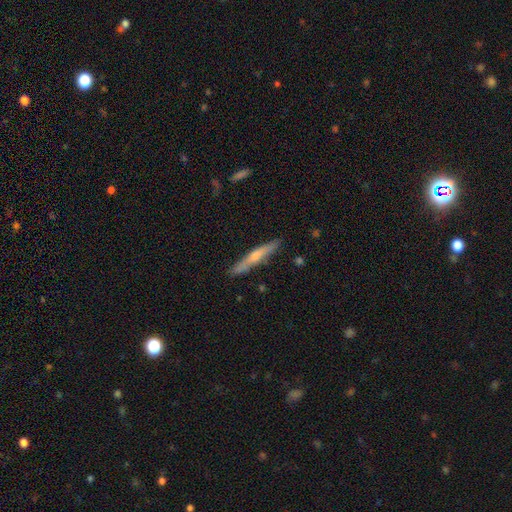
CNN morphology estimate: type=featured or disk (52%); edge-on=yes (94%); merging=none (86%).